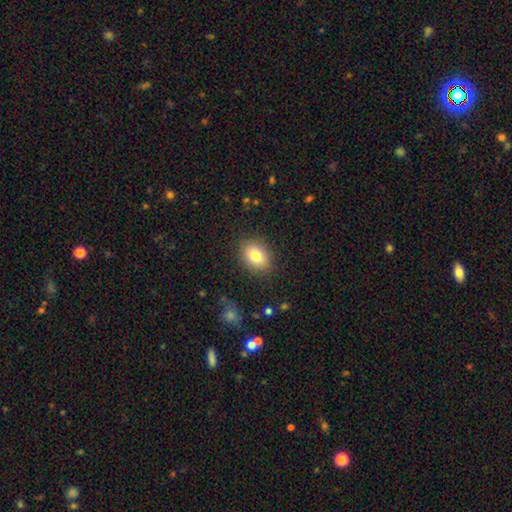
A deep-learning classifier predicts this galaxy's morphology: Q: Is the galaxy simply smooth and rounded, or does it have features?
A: smooth — 80%.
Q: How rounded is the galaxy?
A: in between — 68%.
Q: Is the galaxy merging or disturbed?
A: none — 86%.